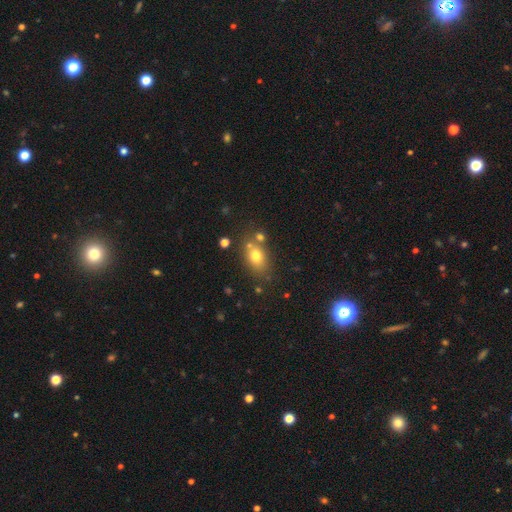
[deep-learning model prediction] smooth-or-featured: smooth: 73% | featured or disk: 15% | star or artifact: 13%
  how-rounded: in between: 69% | round: 29% | cigar-shaped: 2%
  merging: none: 65% | merger: 16% | minor disturbance: 14% | major disturbance: 5%